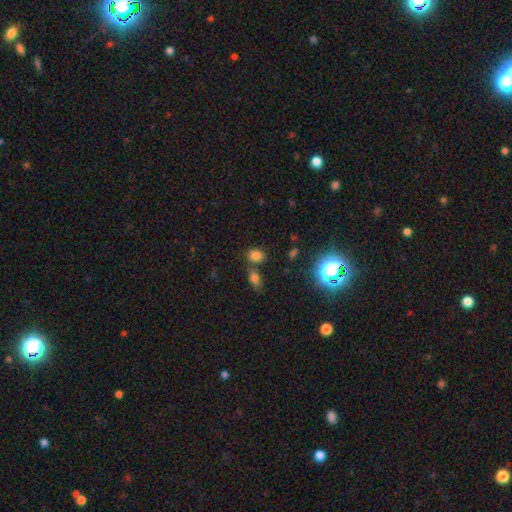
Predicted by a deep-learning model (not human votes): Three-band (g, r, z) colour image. It shows a smooth galaxy with no disk features (74%) that is in between round and cigar-shaped (65%). Merging: none (65%).